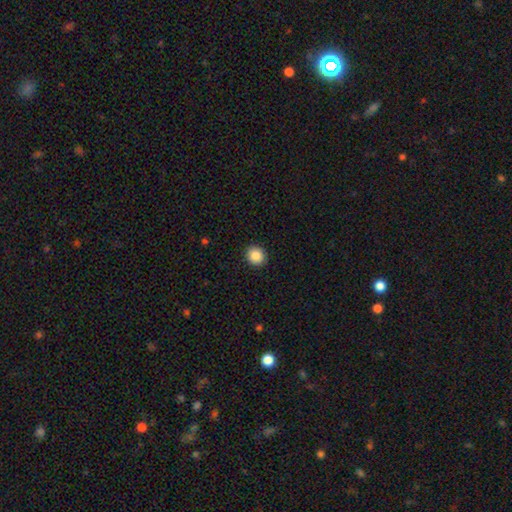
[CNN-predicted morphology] Smooth or featured? smooth (87%)
How rounded? round (85%)
Merging? none (92%)